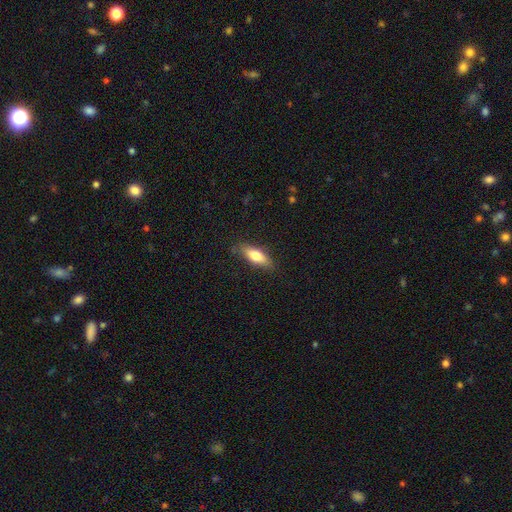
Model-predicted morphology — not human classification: smooth_or_featured: smooth (p=0.71) [alt: featured or disk p=0.23]
how_rounded: in between (p=0.60) [alt: cigar-shaped p=0.38]
merging: none (p=0.81) [alt: minor disturbance p=0.15]